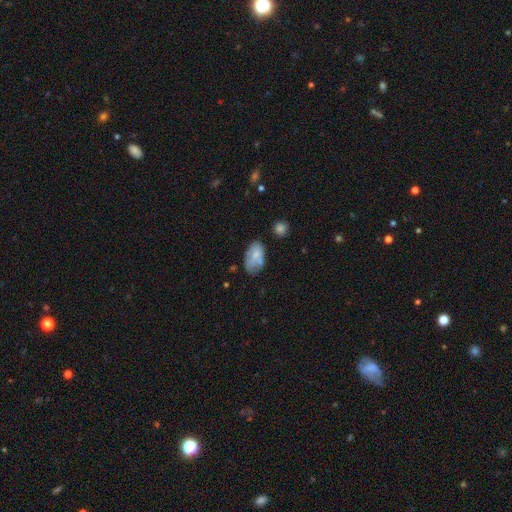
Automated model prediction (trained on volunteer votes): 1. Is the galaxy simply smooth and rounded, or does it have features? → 61% smooth, 31% featured or disk, 8% star or artifact.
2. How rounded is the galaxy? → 92% in between, 6% round, 2% cigar-shaped.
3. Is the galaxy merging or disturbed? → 49% none, 28% minor disturbance, 11% merger, 11% major disturbance.